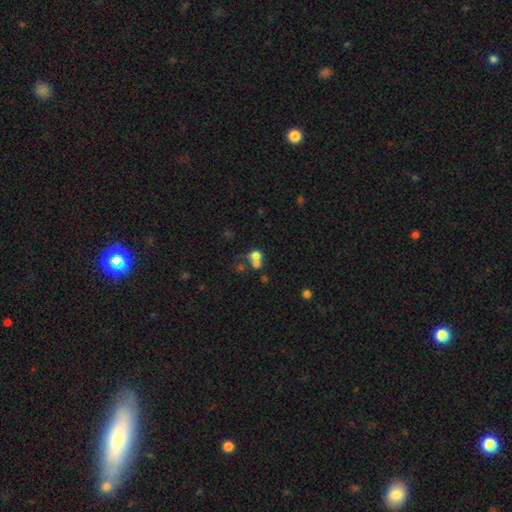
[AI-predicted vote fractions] Smooth or featured? smooth (66%)
How rounded? round (74%)
Merging? merger (60%)